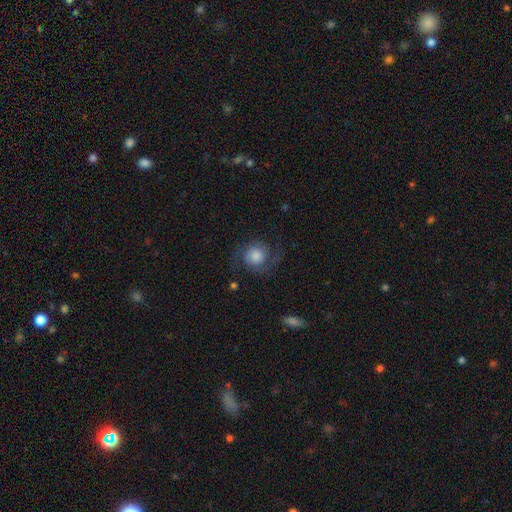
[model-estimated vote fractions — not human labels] Smooth or featured? Predicted: featured or disk (p=0.66). Edge-on disk? Predicted: no (p=0.98). Bar? Predicted: no (p=0.75). Spiral arms? Predicted: yes (p=0.94). Spiral winding? Predicted: medium (p=0.48). Spiral arm count? Predicted: 2 (p=0.91). Bulge size? Predicted: moderate (p=0.34). Merging? Predicted: none (p=0.75).